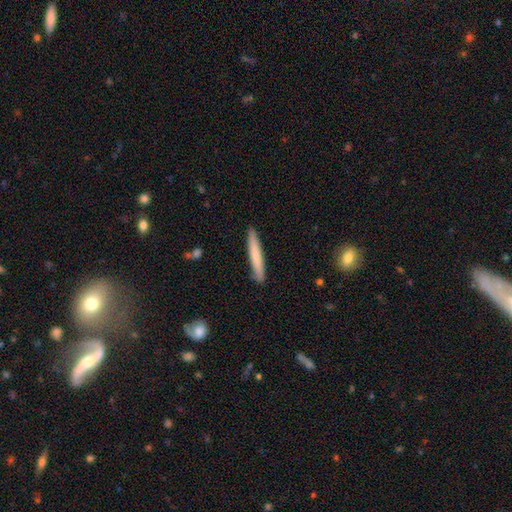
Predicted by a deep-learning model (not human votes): Smooth or featured: smooth — 72% (featured or disk — 23%)
How rounded: cigar-shaped — 96% (in between — 3%)
Merging: none — 91% (minor disturbance — 7%)